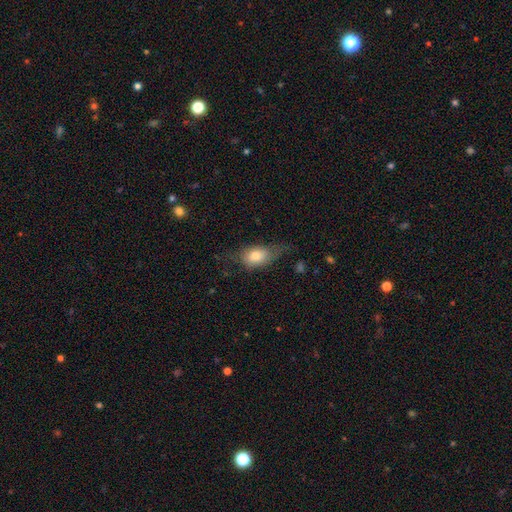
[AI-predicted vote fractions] Overall: smooth (72%). How rounded: in between (81%). Merging: none (43%; minor disturbance 32%).